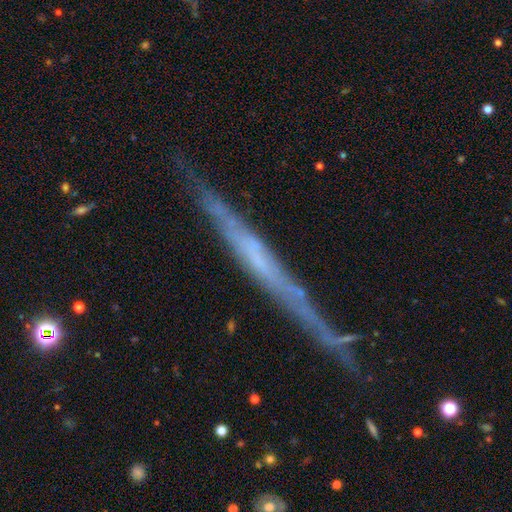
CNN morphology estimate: This appears to be a featured or disk galaxy (72%) viewed edge-on (94%) with no central bulge (74%). Merging: none (76%).